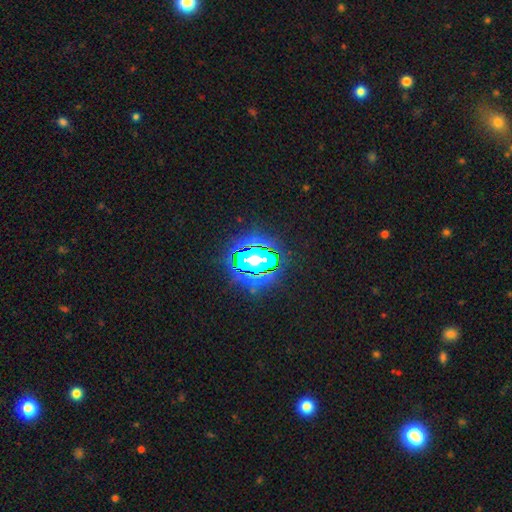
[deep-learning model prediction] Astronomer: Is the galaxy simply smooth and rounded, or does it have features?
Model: star or artifact — 59%.